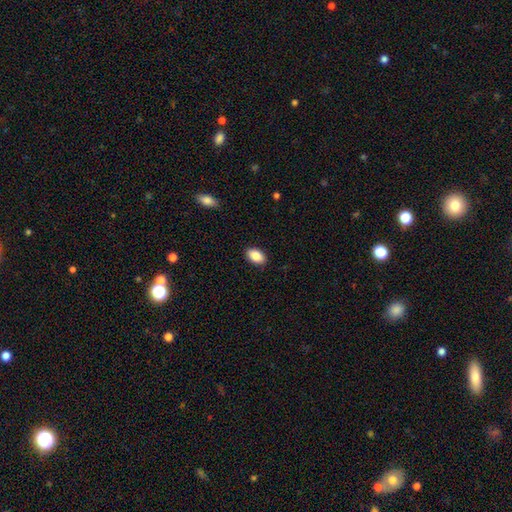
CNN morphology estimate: smooth-or-featured: smooth: 88% | star or artifact: 7% | featured or disk: 5%
  how-rounded: in between: 91% | round: 8% | cigar-shaped: 1%
  merging: none: 89% | minor disturbance: 8% | major disturbance: 2% | merger: 1%